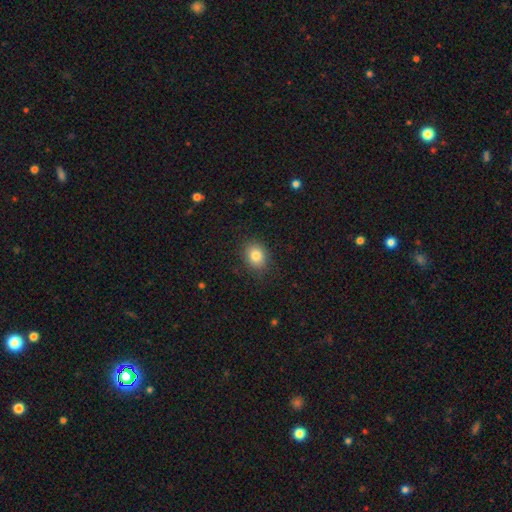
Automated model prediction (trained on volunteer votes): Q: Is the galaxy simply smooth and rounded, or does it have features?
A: smooth — 83%.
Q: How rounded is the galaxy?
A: in between — 50%.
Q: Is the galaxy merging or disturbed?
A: none — 86%.